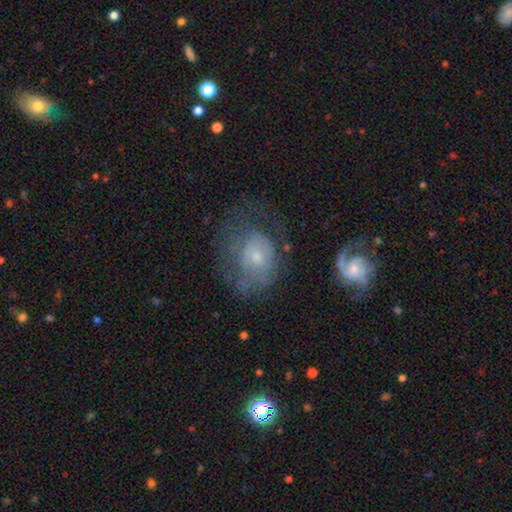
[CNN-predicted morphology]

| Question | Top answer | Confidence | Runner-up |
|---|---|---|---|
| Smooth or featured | featured or disk | 58% | smooth (32%) |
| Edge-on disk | no | 96% | yes (4%) |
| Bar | no | 71% | weak (25%) |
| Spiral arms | yes | 70% | no (30%) |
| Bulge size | small | 61% | moderate (30%) |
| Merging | none | 40% | major disturbance (31%) |